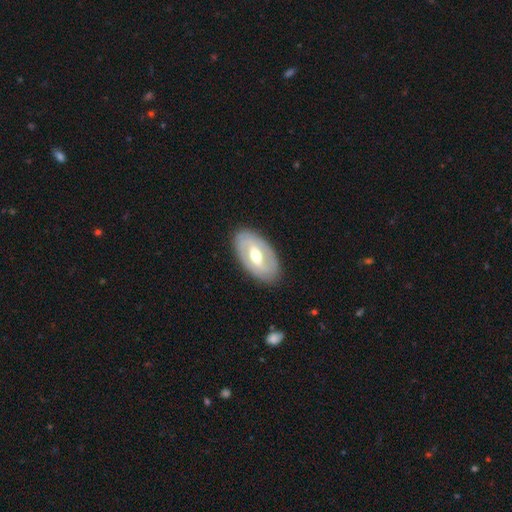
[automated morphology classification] type=featured or disk (66%); edge-on=no (90%); bar=weak (43%); spiral arms=no (54%); bulge=moderate (74%); merging=none (85%).